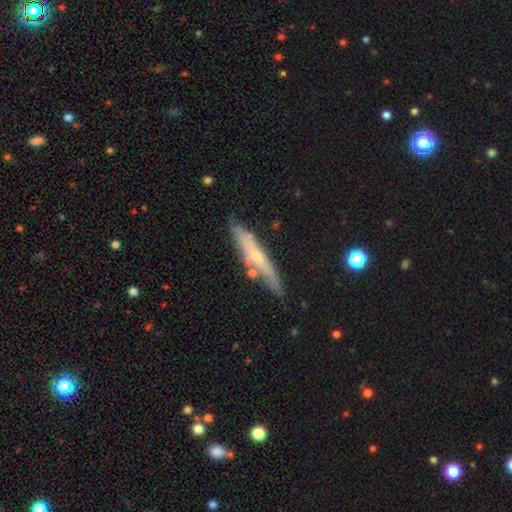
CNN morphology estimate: Smooth or featured?
  - featured or disk: 56% *
  - smooth: 38%
  - star or artifact: 6%
Edge-on disk?
  - yes: 80% *
  - no: 20%
Merging?
  - none: 72% *
  - minor disturbance: 17%
  - merger: 7%
  - major disturbance: 4%